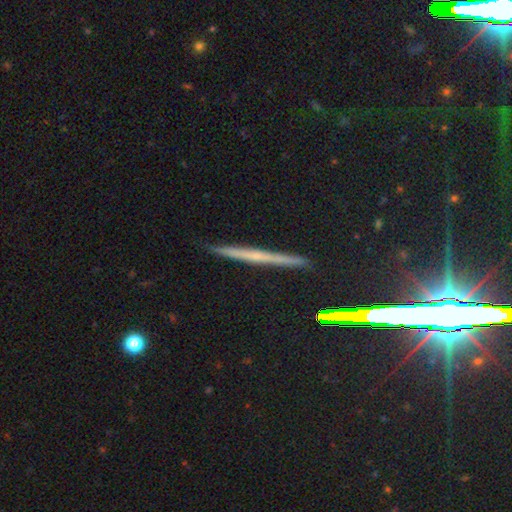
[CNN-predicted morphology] A featured or disk galaxy (54%) viewed edge-on (97%) with no central bulge (69%).

Vote fractions:
- Smooth or featured? featured or disk: 54% / smooth: 30% / star or artifact: 16%
- Edge-on disk? yes: 97% / no: 3%
- Edge-on bulge? none: 69% / rounded: 24% / boxy: 7%
- Merging? none: 90% / minor disturbance: 7% / major disturbance: 1% / merger: 1%